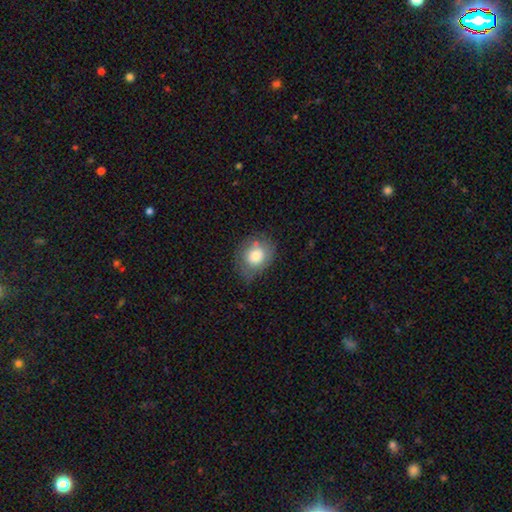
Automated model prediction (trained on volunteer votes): The model was most divided on "how rounded": round: 60%, in between: 39%, cigar-shaped: 1%. More confident: smooth or featured — smooth (76%); merging — none (64%).